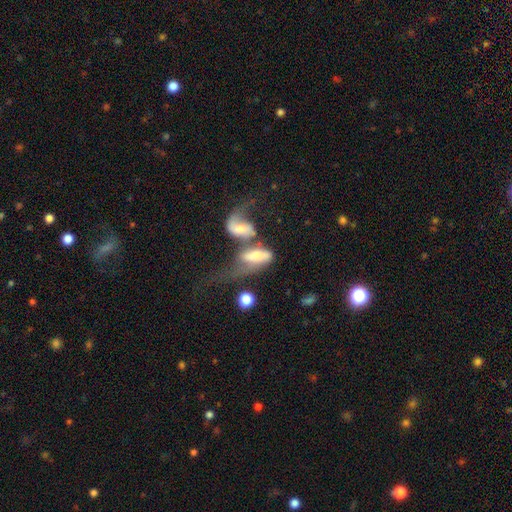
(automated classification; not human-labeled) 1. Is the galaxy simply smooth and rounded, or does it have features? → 50% featured or disk, 41% smooth, 9% star or artifact.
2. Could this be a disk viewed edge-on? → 87% no, 13% yes.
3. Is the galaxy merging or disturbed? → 71% merger, 15% major disturbance, 9% none, 5% minor disturbance.